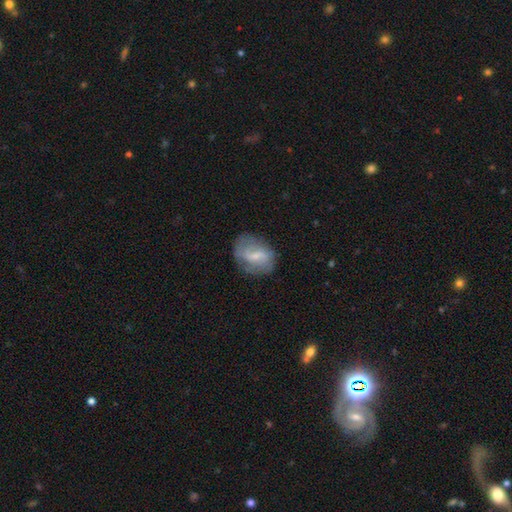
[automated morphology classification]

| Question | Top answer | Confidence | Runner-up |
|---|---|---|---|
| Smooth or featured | featured or disk | 54% | smooth (39%) |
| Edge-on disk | no | 97% | yes (3%) |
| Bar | weak | 56% | no (23%) |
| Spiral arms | yes | 72% | no (28%) |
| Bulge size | small | 52% | moderate (27%) |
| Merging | none | 63% | minor disturbance (23%) |